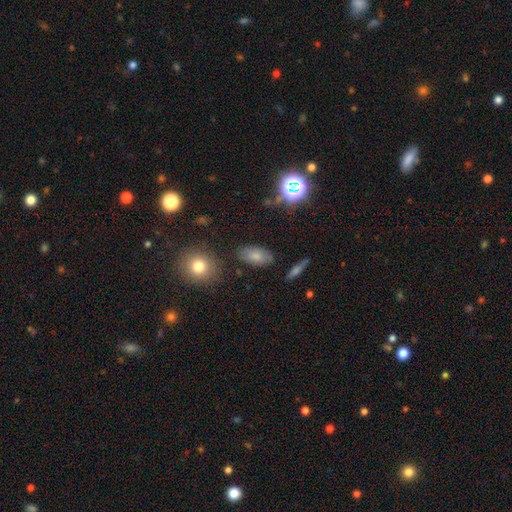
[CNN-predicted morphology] Q: Smooth or featured?
A: smooth (76%); runner-up: featured or disk (12%)
Q: How rounded?
A: in between (91%); runner-up: round (5%)
Q: Merging?
A: none (82%); runner-up: minor disturbance (12%)